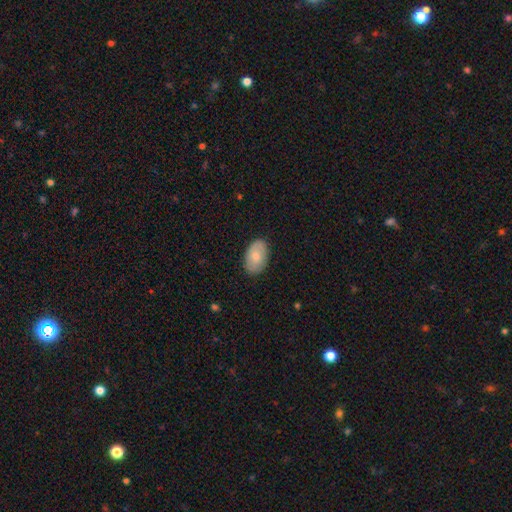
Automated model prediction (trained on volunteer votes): A smooth galaxy with no disk features (77%) that is in between round and cigar-shaped (91%).

Vote fractions:
- Smooth or featured? smooth: 77% / featured or disk: 17% / star or artifact: 6%
- How rounded? in between: 91% / round: 8% / cigar-shaped: 1%
- Merging? none: 85% / minor disturbance: 12% / major disturbance: 2% / merger: 1%